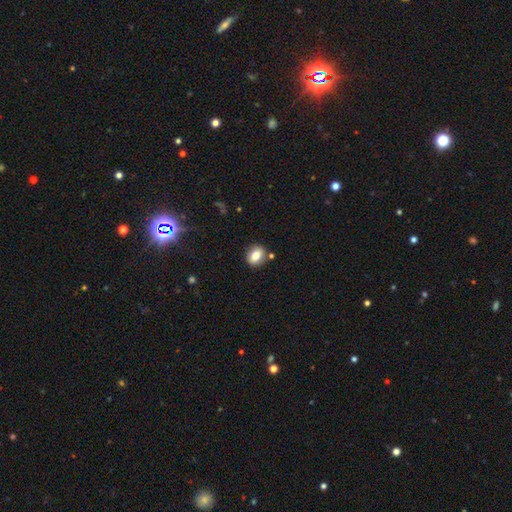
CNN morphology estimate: Smooth or featured? smooth (75%)
How rounded? in between (51%)
Merging? none (82%)